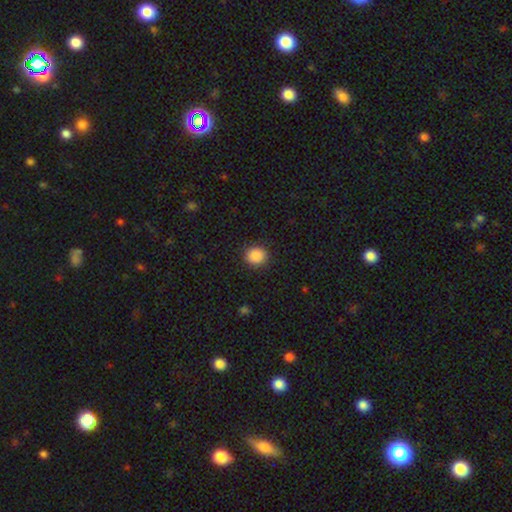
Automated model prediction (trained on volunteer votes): A smooth galaxy with no disk features (88%) that is round (86%).

Vote fractions:
- Smooth or featured? smooth: 88% / star or artifact: 9% / featured or disk: 3%
- How rounded? round: 86% / in between: 13% / cigar-shaped: 1%
- Merging? none: 89% / minor disturbance: 7% / major disturbance: 2% / merger: 1%